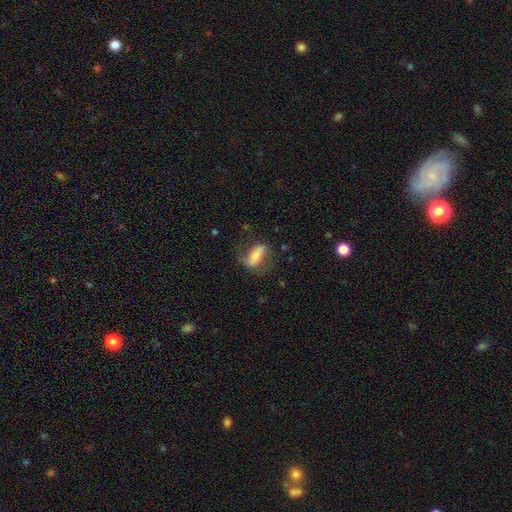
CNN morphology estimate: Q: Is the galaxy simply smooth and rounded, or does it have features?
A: featured or disk — 47%.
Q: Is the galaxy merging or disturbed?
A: none — 53%.